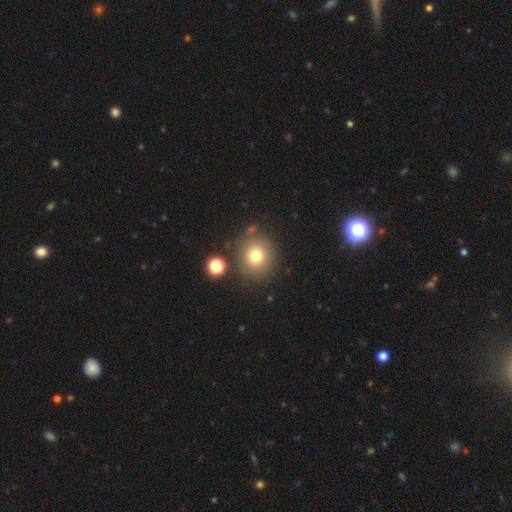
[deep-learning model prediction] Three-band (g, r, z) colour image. It shows a smooth galaxy with no disk features (75%) that is round (87%). Merging: none (81%).